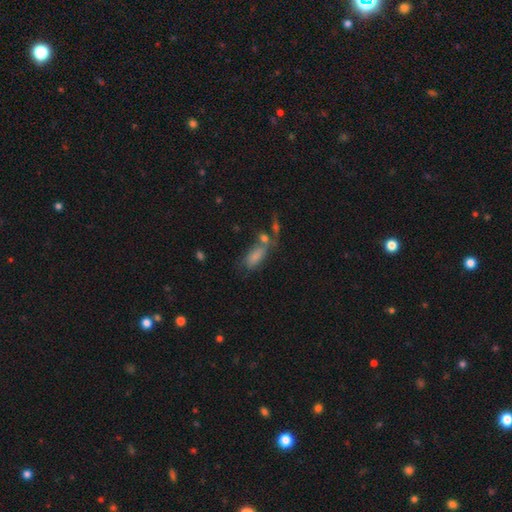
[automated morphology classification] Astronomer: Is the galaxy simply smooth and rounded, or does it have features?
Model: smooth — 75%.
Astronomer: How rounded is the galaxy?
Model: in between — 81%.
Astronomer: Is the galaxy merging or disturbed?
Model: none — 40% (runner-up: merger, 30%).